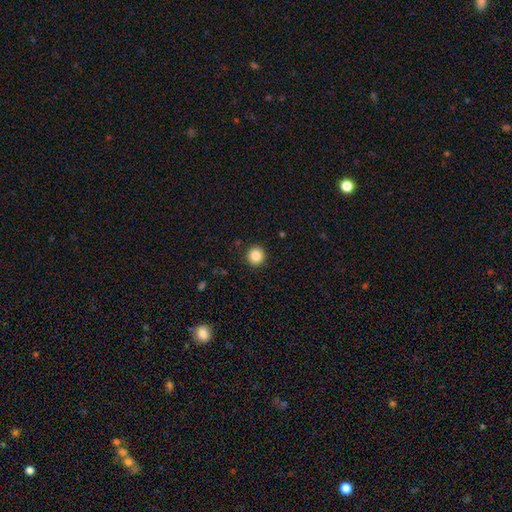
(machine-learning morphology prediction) Smooth or featured? smooth (86%)
How rounded? round (93%)
Merging? none (92%)